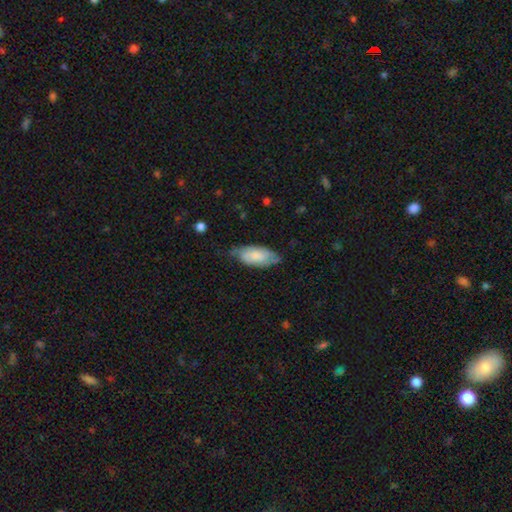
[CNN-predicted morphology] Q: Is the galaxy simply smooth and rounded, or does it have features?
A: smooth — 73%.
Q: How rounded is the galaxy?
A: in between — 89%.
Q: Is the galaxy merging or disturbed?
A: none — 58%.